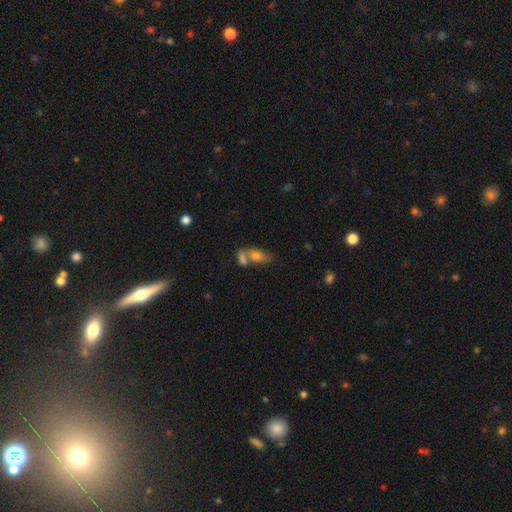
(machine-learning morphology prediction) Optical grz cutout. It shows a smooth galaxy with no disk features (74%) that is in between round and cigar-shaped (83%). Merging: merger (47%).